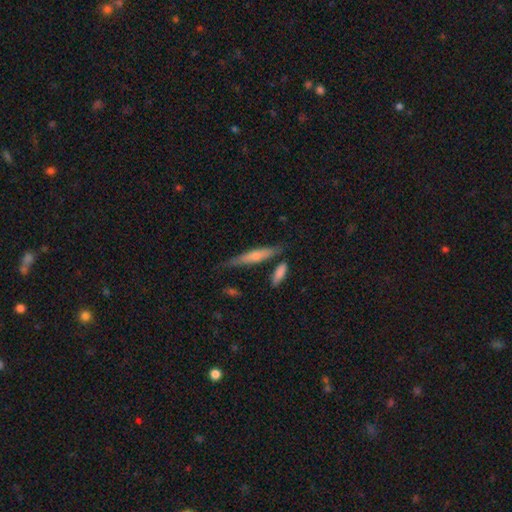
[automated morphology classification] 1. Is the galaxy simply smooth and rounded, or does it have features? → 58% smooth, 36% featured or disk, 6% star or artifact.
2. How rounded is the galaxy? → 84% cigar-shaped, 14% in between, 2% round.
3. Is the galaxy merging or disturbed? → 68% none, 18% minor disturbance, 9% merger, 5% major disturbance.